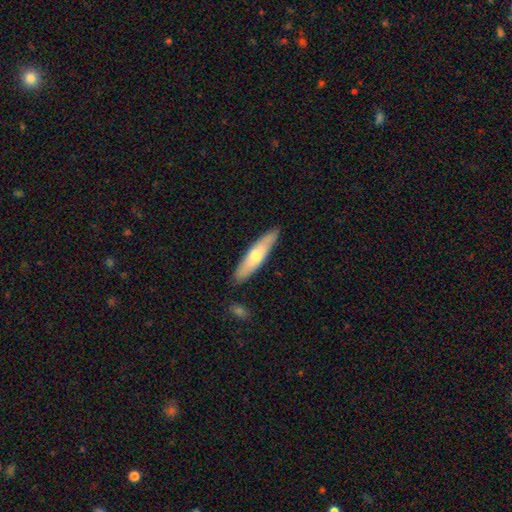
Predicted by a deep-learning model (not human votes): smooth-or-featured: smooth: 54% | featured or disk: 40% | star or artifact: 6%
  how-rounded: cigar-shaped: 77% | in between: 22% | round: 2%
  merging: none: 86% | minor disturbance: 10% | merger: 2% | major disturbance: 2%